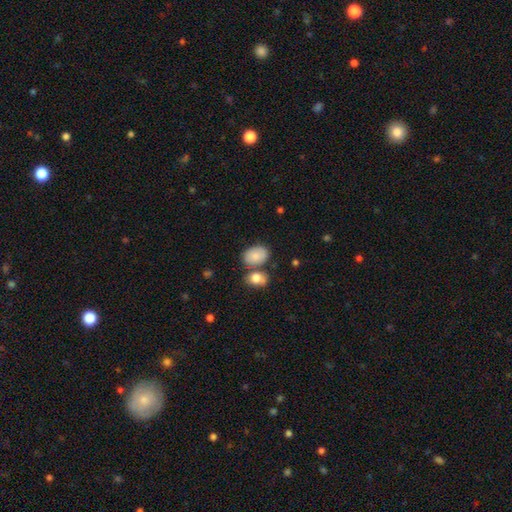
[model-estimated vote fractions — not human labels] This is clearly a smooth galaxy (84%). How rounded: clearly in between (83%). Merging: possibly none (58%).